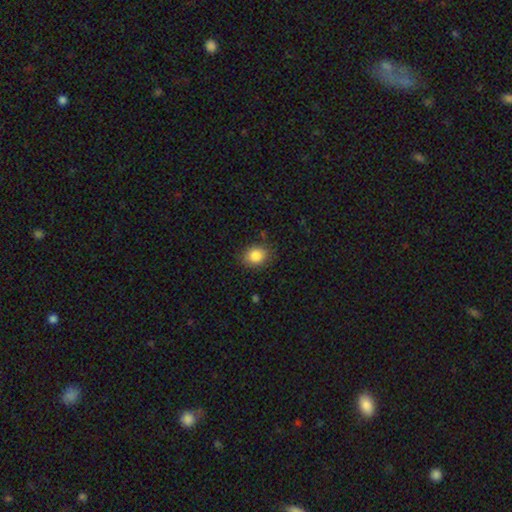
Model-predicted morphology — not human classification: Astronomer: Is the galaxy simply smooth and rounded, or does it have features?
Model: smooth — 86%.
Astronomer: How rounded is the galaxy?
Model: round — 57% (runner-up: in between, 42%).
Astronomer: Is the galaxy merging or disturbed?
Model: none — 83%.